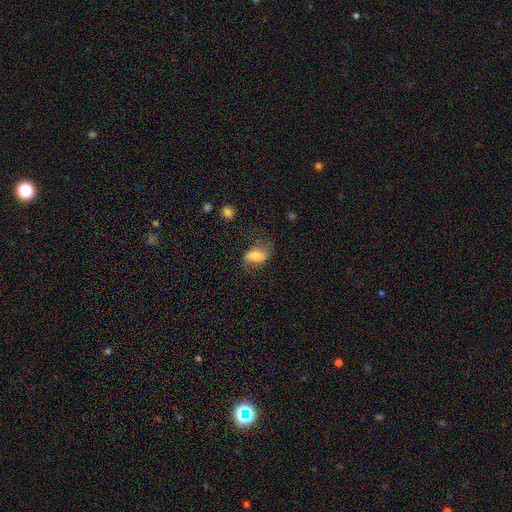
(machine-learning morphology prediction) smooth_or_featured: smooth (p=0.65) [alt: featured or disk p=0.26]
how_rounded: in between (p=0.86) [alt: round p=0.10]
merging: none (p=0.54) [alt: minor disturbance p=0.26]